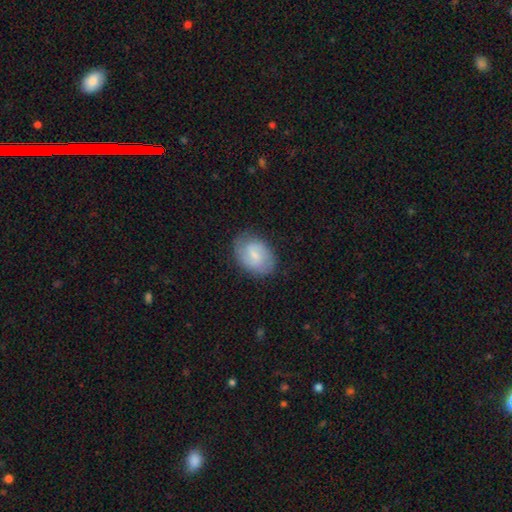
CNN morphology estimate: A smooth galaxy with no disk features (47%).

Vote fractions:
- Smooth or featured? smooth: 47% / featured or disk: 46% / star or artifact: 6%
- Merging? none: 77% / minor disturbance: 17% / major disturbance: 5% / merger: 1%